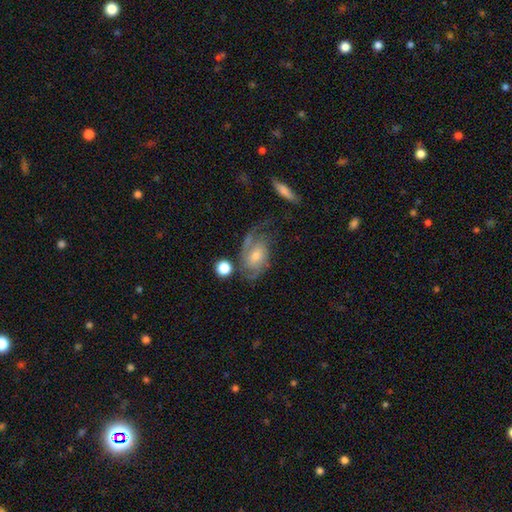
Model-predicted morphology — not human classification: This appears to be a featured or disk galaxy (76%) with no bar (60%), 2 (60%) medium (44%) spiral arms (92%) and a small central bulge (50%). Merging: none (51%).